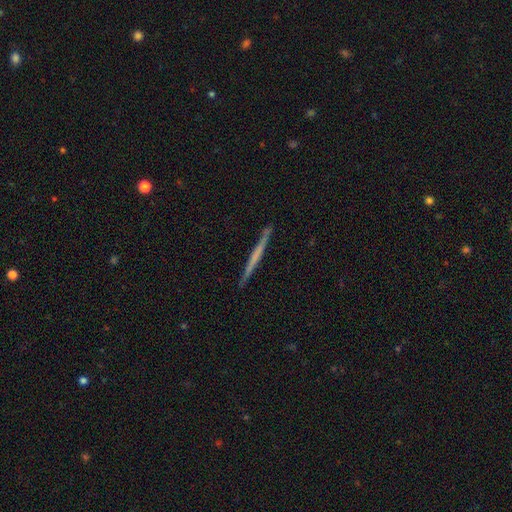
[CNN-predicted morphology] smooth-or-featured: featured or disk: 58% | smooth: 37% | star or artifact: 5%
  disk-edge-on: yes: 98% | no: 2%
    edge-on-bulge: none: 86% | rounded: 9% | boxy: 5%
  merging: none: 92% | minor disturbance: 6% | major disturbance: 1% | merger: 1%